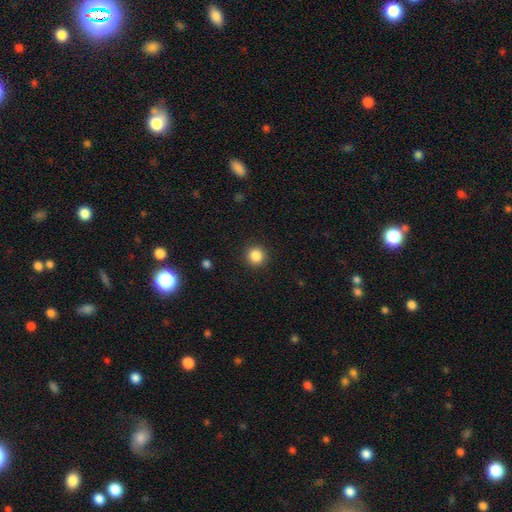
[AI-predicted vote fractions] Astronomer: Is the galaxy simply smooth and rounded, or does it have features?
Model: smooth — 86%.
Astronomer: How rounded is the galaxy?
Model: round — 94%.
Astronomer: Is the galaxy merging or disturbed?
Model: none — 92%.